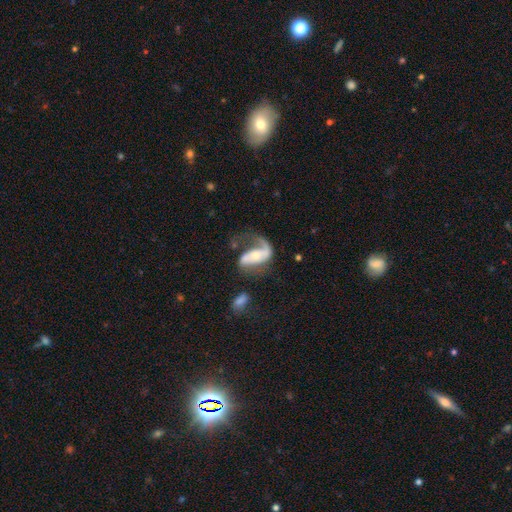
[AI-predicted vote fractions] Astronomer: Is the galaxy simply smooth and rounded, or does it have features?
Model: featured or disk — 76%.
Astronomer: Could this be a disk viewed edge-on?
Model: no — 96%.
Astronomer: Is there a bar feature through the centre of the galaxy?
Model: no — 44% (runner-up: weak, 30%).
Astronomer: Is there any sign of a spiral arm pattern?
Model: yes — 88%.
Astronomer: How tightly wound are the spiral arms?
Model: loose — 58%.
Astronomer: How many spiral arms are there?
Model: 1 — 48% (runner-up: 2, 46%).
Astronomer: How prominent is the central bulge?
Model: small — 46% (runner-up: moderate, 39%).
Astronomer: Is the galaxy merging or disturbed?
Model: major disturbance — 43% (runner-up: none, 30%).